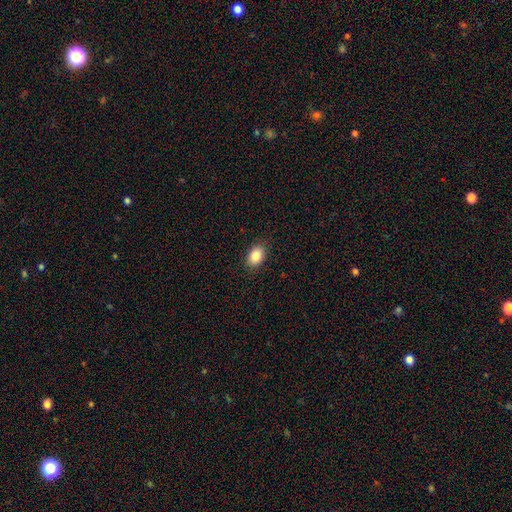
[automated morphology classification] This is clearly a smooth galaxy (86%). How rounded: clearly in between (81%). Merging: clearly none (87%).